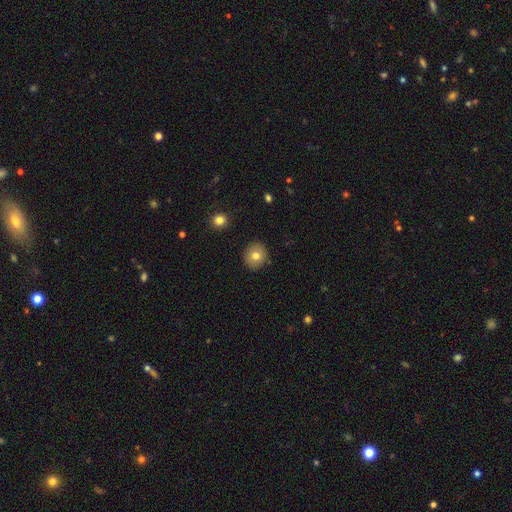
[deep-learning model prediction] Smooth or featured? Predicted: smooth (p=0.77). How rounded? Predicted: round (p=0.83). Merging? Predicted: none (p=0.90).